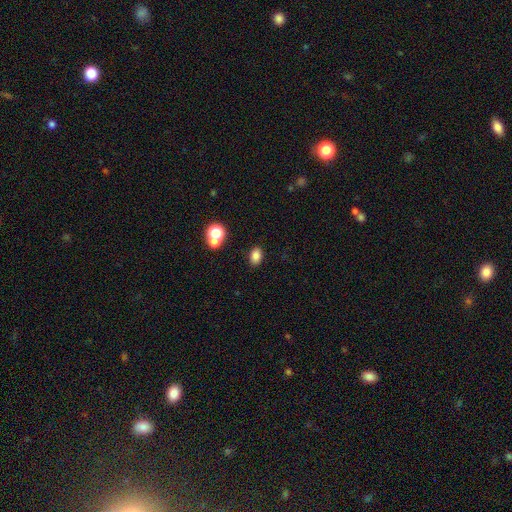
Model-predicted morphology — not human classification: Smooth or featured: smooth — 81% (star or artifact — 13%)
How rounded: in between — 79% (round — 20%)
Merging: none — 85% (minor disturbance — 9%)